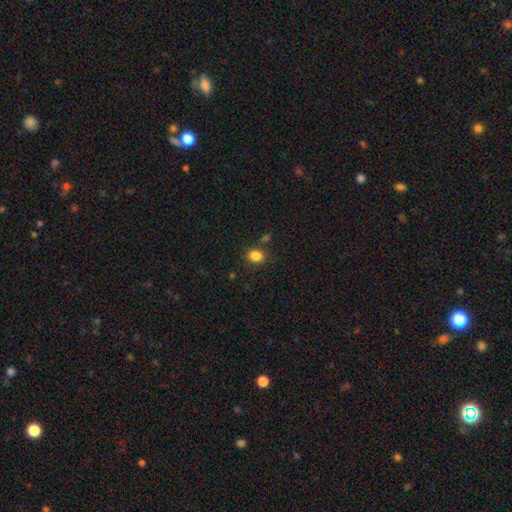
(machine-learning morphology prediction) Smooth or featured? smooth (84%)
How rounded? round (53%)
Merging? none (81%)